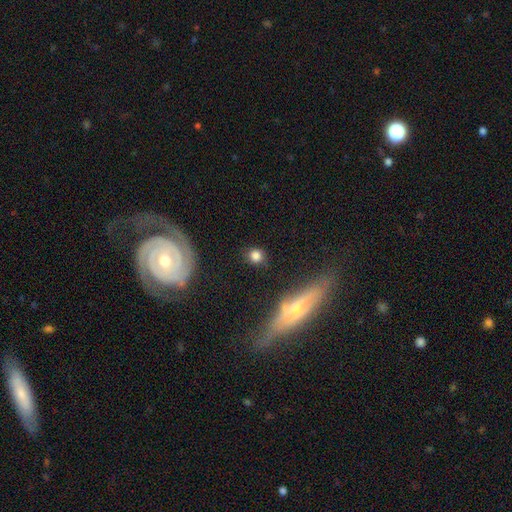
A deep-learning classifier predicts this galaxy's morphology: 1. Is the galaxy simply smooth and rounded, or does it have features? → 80% smooth, 12% star or artifact, 8% featured or disk.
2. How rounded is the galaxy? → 81% round, 16% in between, 2% cigar-shaped.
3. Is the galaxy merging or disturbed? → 83% none, 10% minor disturbance, 4% major disturbance, 3% merger.